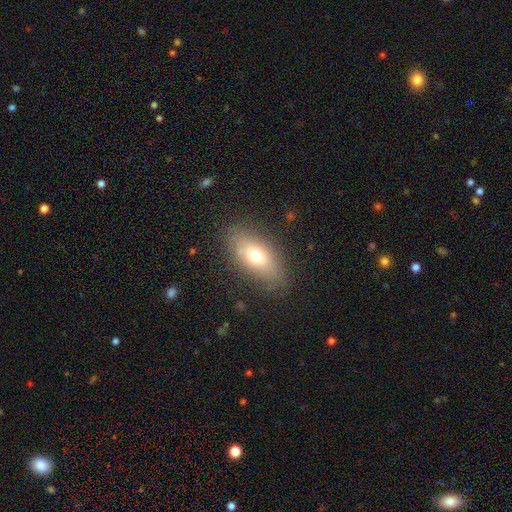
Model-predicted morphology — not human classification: Q: Smooth or featured?
A: smooth (68%); runner-up: featured or disk (22%)
Q: How rounded?
A: in between (83%); runner-up: cigar-shaped (11%)
Q: Merging?
A: none (82%); runner-up: minor disturbance (13%)